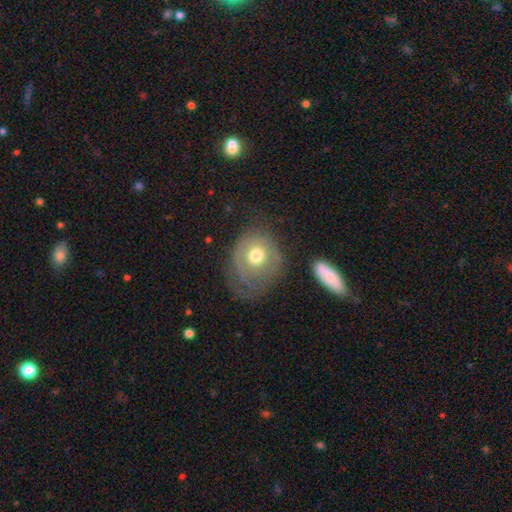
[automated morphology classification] This is possibly a smooth galaxy (47%). Merging: marginally none (43%).